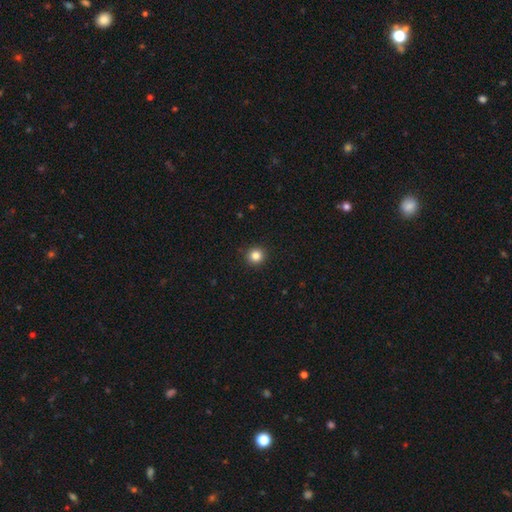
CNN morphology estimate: Smooth or featured?
  - smooth: 83% *
  - star or artifact: 12%
  - featured or disk: 5%
How rounded?
  - round: 93% *
  - in between: 6%
  - cigar-shaped: 1%
Merging?
  - none: 93% *
  - minor disturbance: 5%
  - major disturbance: 2%
  - merger: 1%